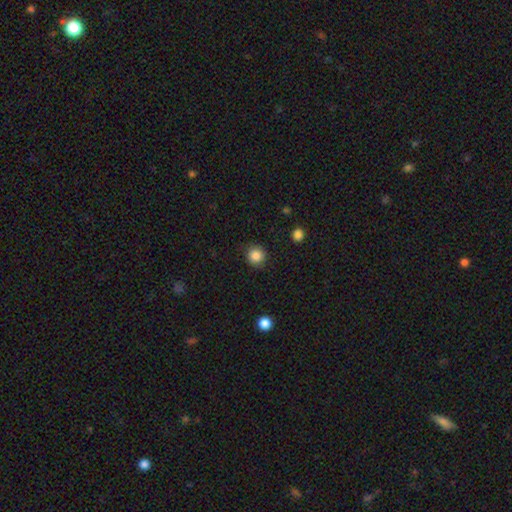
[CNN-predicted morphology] Q: Smooth or featured?
A: smooth (86%); runner-up: star or artifact (10%)
Q: How rounded?
A: round (93%); runner-up: in between (6%)
Q: Merging?
A: none (89%); runner-up: minor disturbance (8%)